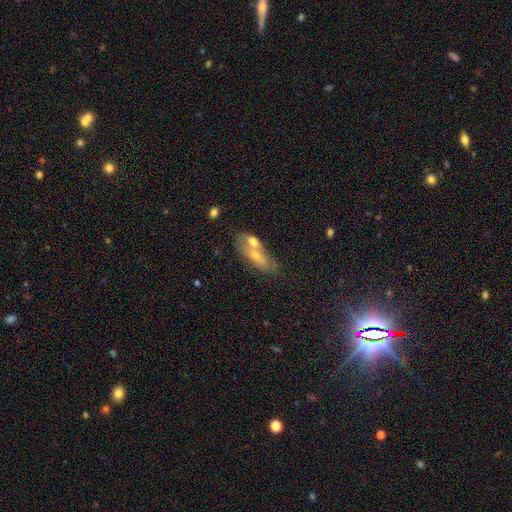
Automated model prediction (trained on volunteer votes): A smooth galaxy with no disk features (50%).

Vote fractions:
- Smooth or featured? smooth: 50% / featured or disk: 38% / star or artifact: 12%
- Merging? none: 43% / merger: 36% / minor disturbance: 14% / major disturbance: 6%